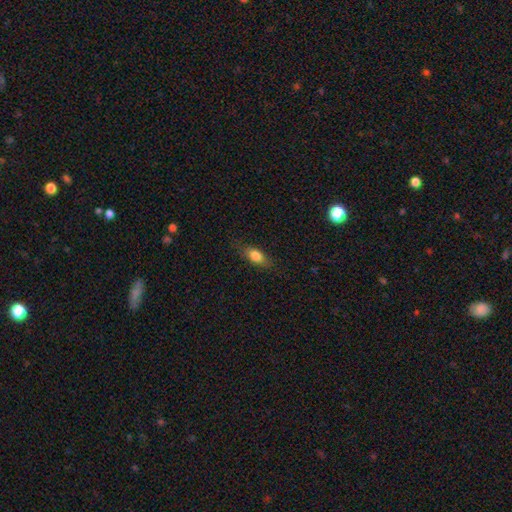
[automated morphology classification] The model was most divided on "how rounded": in between: 76%, cigar-shaped: 18%, round: 7%. More confident: merging — none (79%); smooth or featured — smooth (77%).